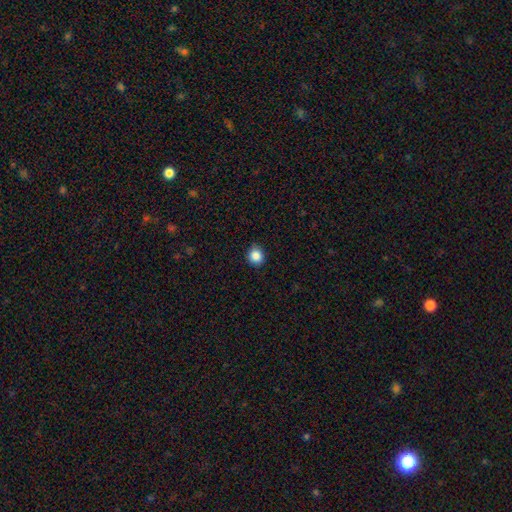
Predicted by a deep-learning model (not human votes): Smooth or featured? Predicted: smooth (p=0.87). How rounded? Predicted: round (p=0.88). Merging? Predicted: none (p=0.88).